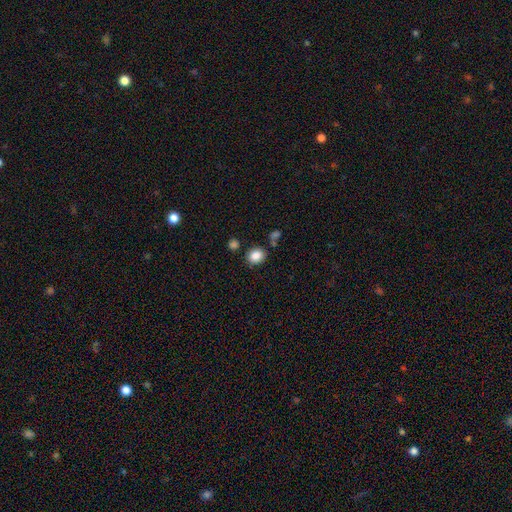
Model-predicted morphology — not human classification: Q: Smooth or featured?
A: smooth (86%); runner-up: star or artifact (10%)
Q: How rounded?
A: round (66%); runner-up: in between (33%)
Q: Merging?
A: none (80%); runner-up: minor disturbance (10%)